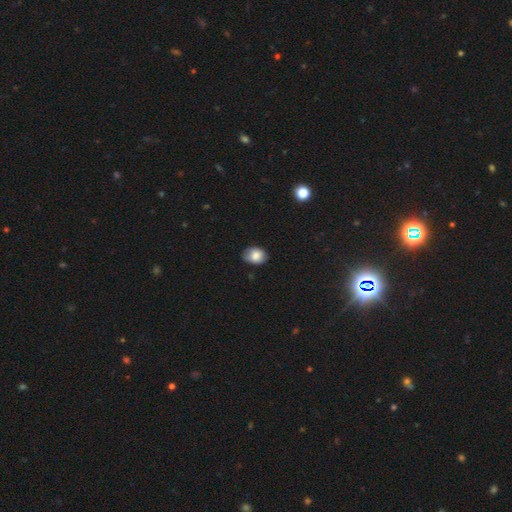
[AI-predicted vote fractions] Smooth or featured: smooth — 82% (featured or disk — 10%)
How rounded: in between — 71% (round — 28%)
Merging: none — 76% (minor disturbance — 20%)